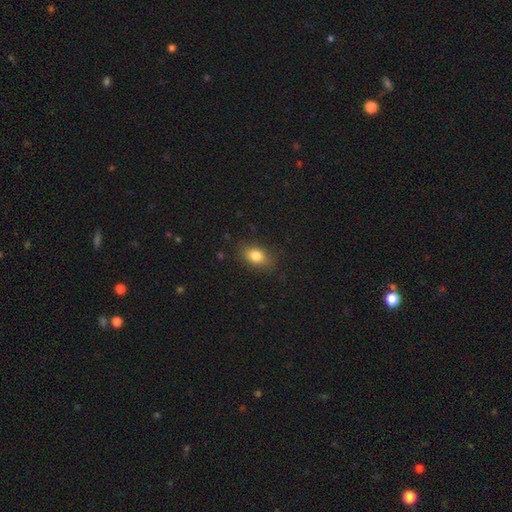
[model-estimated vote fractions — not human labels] smooth 83%, star or artifact 9%, featured or disk 8%. Down the decision tree: how rounded — in between (79%); merging — none (81%).